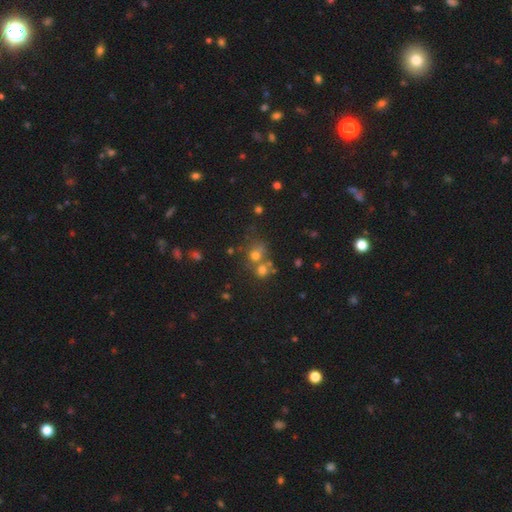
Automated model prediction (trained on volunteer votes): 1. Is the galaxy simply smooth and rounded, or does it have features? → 60% smooth, 24% star or artifact, 17% featured or disk.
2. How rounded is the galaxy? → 74% round, 25% in between, 1% cigar-shaped.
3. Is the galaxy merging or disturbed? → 44% merger, 41% none, 9% minor disturbance, 6% major disturbance.